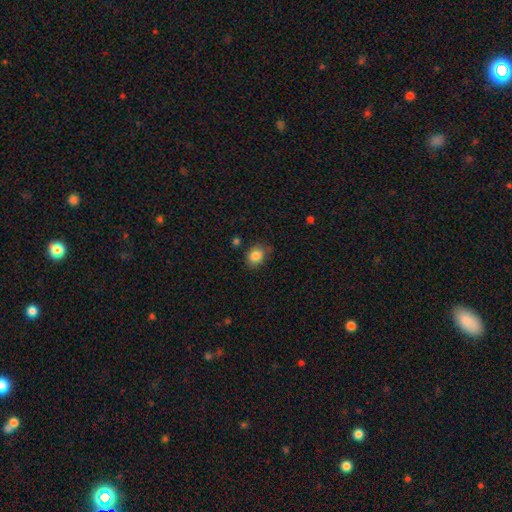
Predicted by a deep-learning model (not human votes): This appears to be a smooth galaxy with no disk features (85%) that is round (51%). Merging: none (73%).